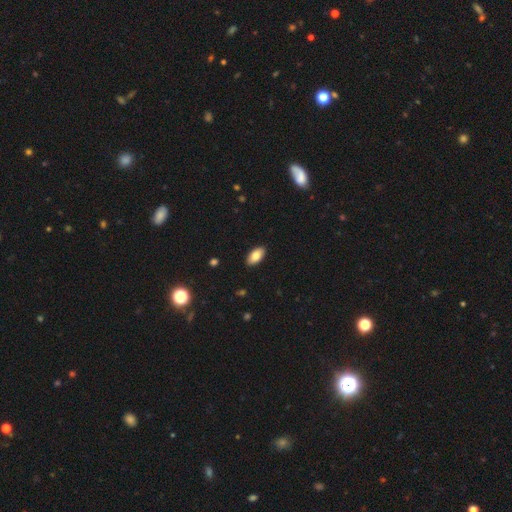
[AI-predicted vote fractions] Smooth or featured? smooth (82%)
How rounded? in between (94%)
Merging? none (90%)